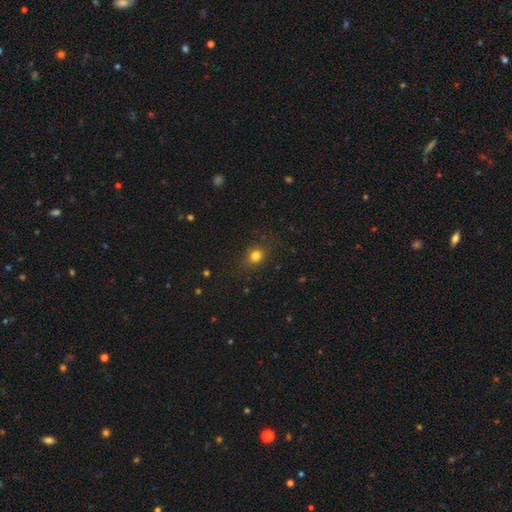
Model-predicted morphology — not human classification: Smooth or featured: smooth — 80% (star or artifact — 14%)
How rounded: round — 66% (in between — 33%)
Merging: none — 85% (minor disturbance — 10%)